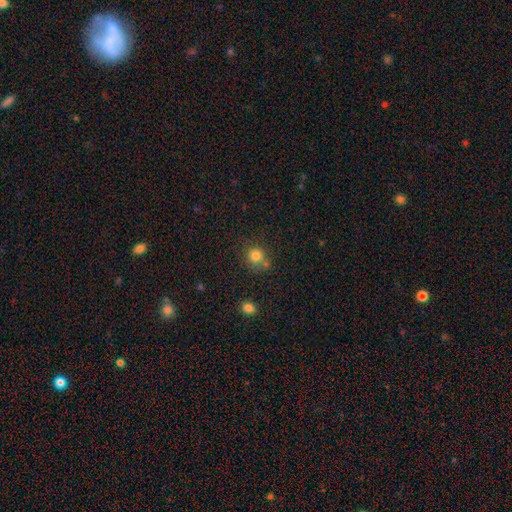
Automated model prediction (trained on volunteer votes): A smooth galaxy with no disk features (81%) that is round (88%).

Vote fractions:
- Smooth or featured? smooth: 81% / star or artifact: 12% / featured or disk: 7%
- How rounded? round: 88% / in between: 11% / cigar-shaped: 1%
- Merging? none: 64% / merger: 18% / minor disturbance: 13% / major disturbance: 5%